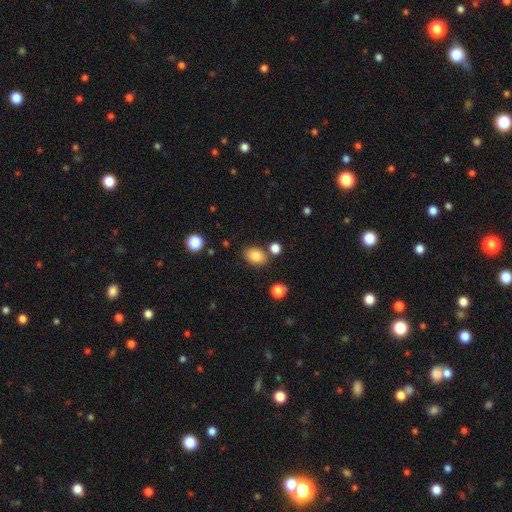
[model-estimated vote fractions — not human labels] smooth 83%, star or artifact 10%, featured or disk 7%. Down the decision tree: how rounded — in between (73%); merging — none (79%).